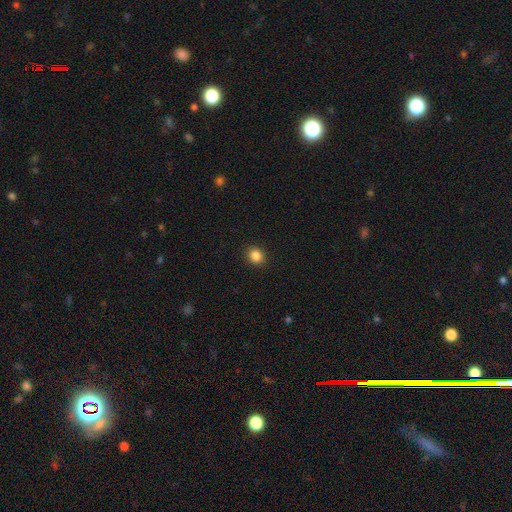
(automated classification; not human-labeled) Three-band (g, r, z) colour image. It shows a smooth galaxy with no disk features (85%) that is round (78%). Merging: none (91%).